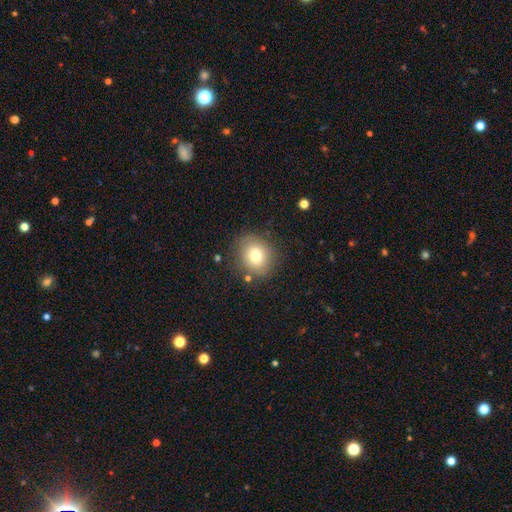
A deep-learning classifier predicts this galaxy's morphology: smooth-or-featured: smooth: 75% | featured or disk: 14% | star or artifact: 12%
  how-rounded: round: 76% | in between: 23% | cigar-shaped: 1%
  merging: none: 81% | minor disturbance: 12% | major disturbance: 4% | merger: 3%